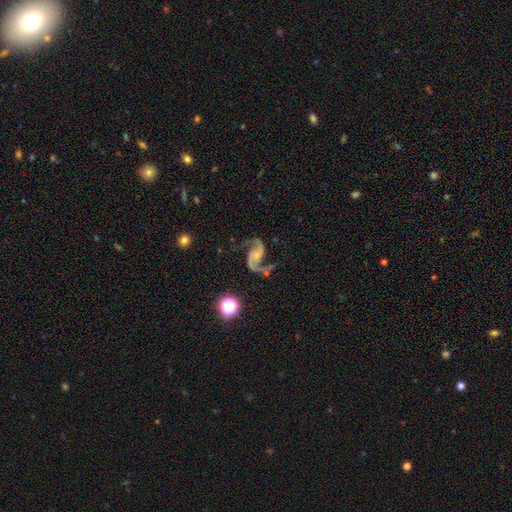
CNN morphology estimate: Overall: featured or disk (91%). Edge-on disk: no (98%). Bar: no (58%; weak 31%). Spiral arms: yes (98%). Spiral arm count: 2 (94%). Spiral winding: loose (59%; medium 35%). Bulge size: small (51%; none 25%). Merging: none (65%).